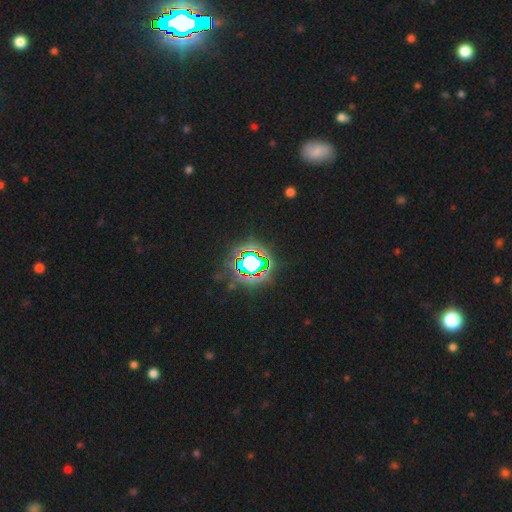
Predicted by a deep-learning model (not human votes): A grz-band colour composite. It shows a star or artifact, not a galaxy (82%).